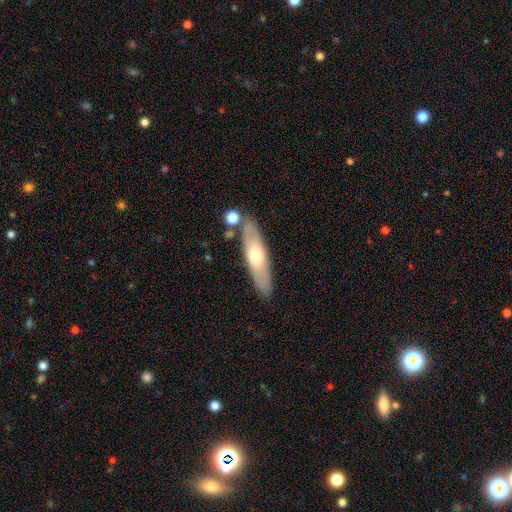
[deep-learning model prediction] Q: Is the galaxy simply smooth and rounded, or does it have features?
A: smooth — 49%.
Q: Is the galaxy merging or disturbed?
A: none — 79%.